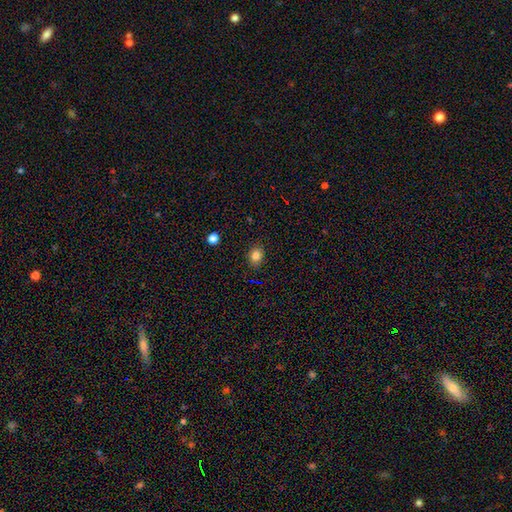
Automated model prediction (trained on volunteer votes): smooth_or_featured: smooth (p=0.82) [alt: star or artifact p=0.12]
how_rounded: round (p=0.53) [alt: in between p=0.46]
merging: none (p=0.86) [alt: minor disturbance p=0.10]